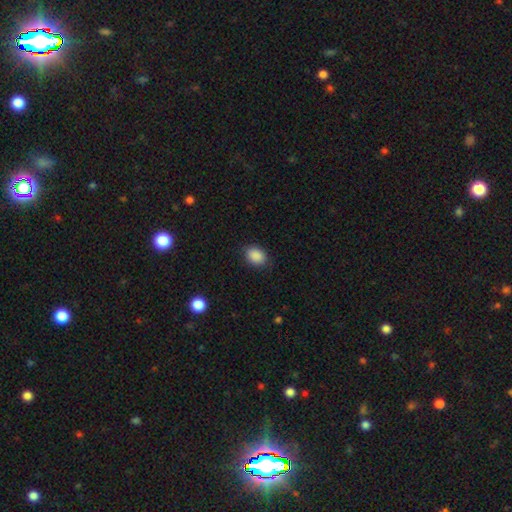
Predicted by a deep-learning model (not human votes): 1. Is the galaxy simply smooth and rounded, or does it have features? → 89% smooth, 8% star or artifact, 3% featured or disk.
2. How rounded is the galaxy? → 68% in between, 31% round, 1% cigar-shaped.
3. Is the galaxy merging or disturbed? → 84% none, 12% minor disturbance, 3% major disturbance, 1% merger.